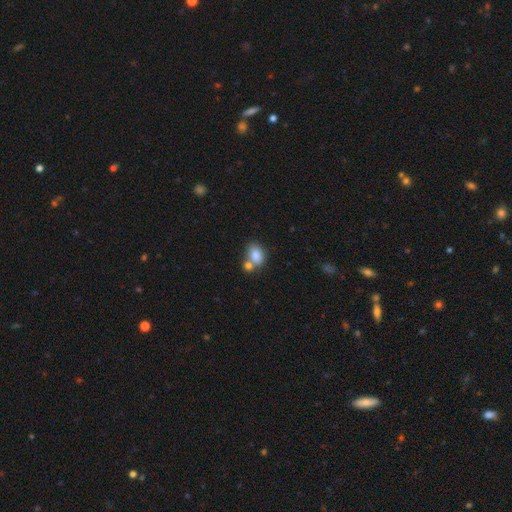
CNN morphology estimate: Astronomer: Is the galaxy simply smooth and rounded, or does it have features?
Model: smooth — 83%.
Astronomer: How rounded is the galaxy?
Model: in between — 71%.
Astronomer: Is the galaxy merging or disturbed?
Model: none — 44% (runner-up: merger, 39%).